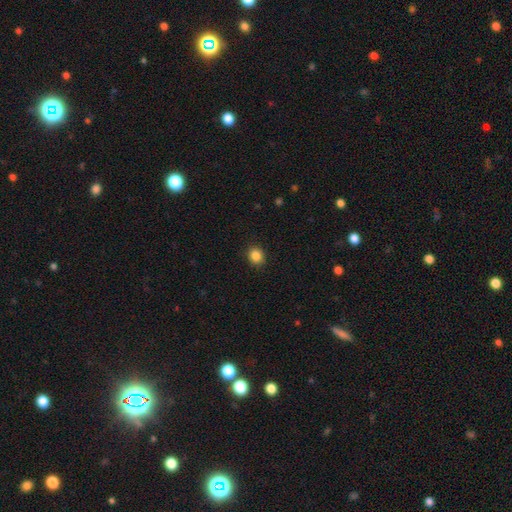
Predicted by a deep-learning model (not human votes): Smooth or featured: smooth — 86% (star or artifact — 10%)
How rounded: round — 72% (in between — 27%)
Merging: none — 91% (minor disturbance — 7%)